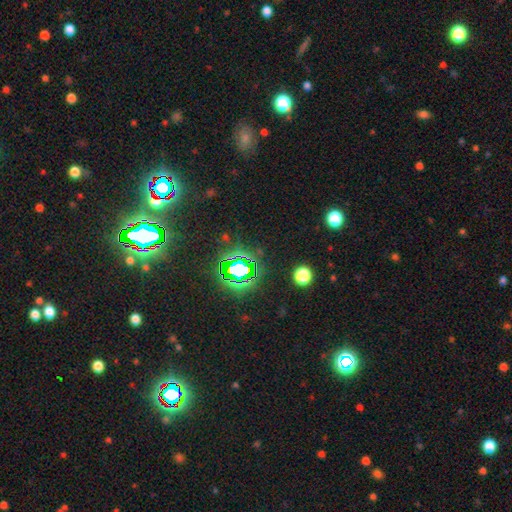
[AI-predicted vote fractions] Smooth or featured? Predicted: star or artifact (p=0.79).